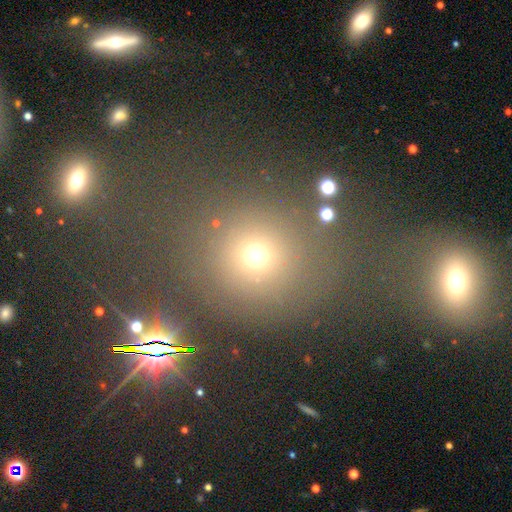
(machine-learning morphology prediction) Smooth or featured? smooth (61%)
How rounded? round (85%)
Merging? none (74%)